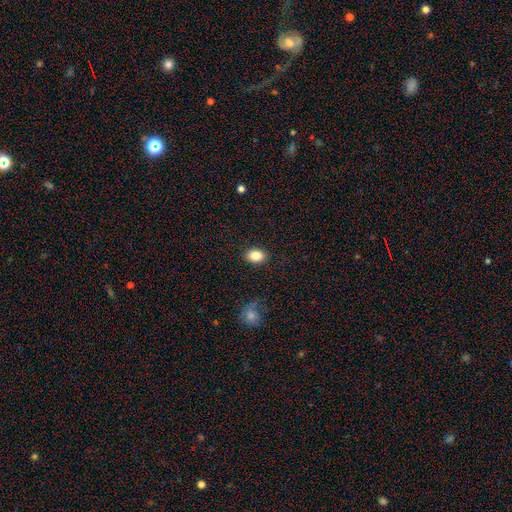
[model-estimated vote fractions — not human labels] A smooth galaxy with no disk features (85%) that is in between round and cigar-shaped (77%). Merging: none (87%).